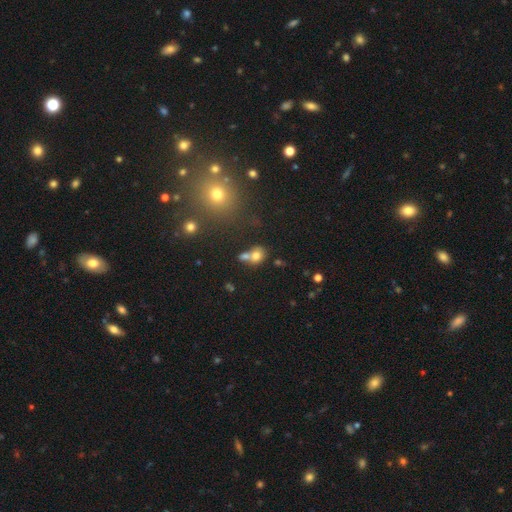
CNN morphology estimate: A smooth galaxy with no disk features (74%) that is round (58%). Merging: merger (48%).